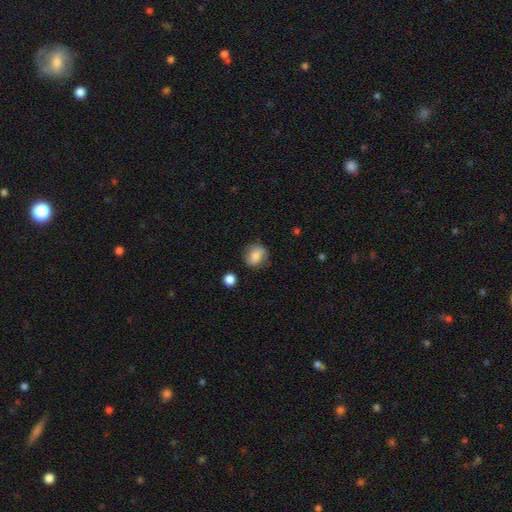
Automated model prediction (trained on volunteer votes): smooth 77%, featured or disk 14%, star or artifact 9%. Down the decision tree: how rounded — round (66%); merging — none (72%).